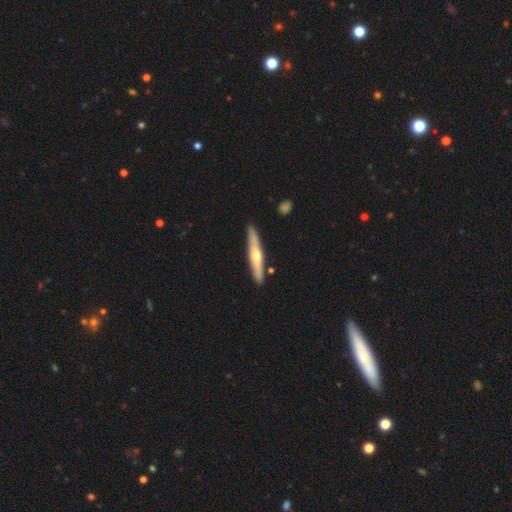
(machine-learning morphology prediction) This appears to be a featured or disk galaxy (58%) viewed edge-on (93%) with a rounded central bulge (88%). Merging: none (88%).